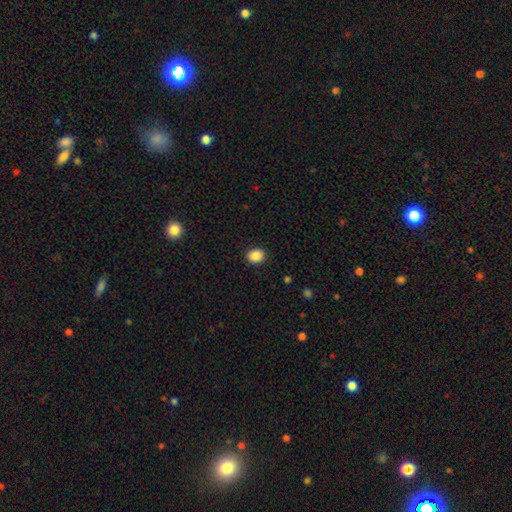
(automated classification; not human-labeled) A smooth galaxy with no disk features (88%) that is round (50%). Merging: none (90%).